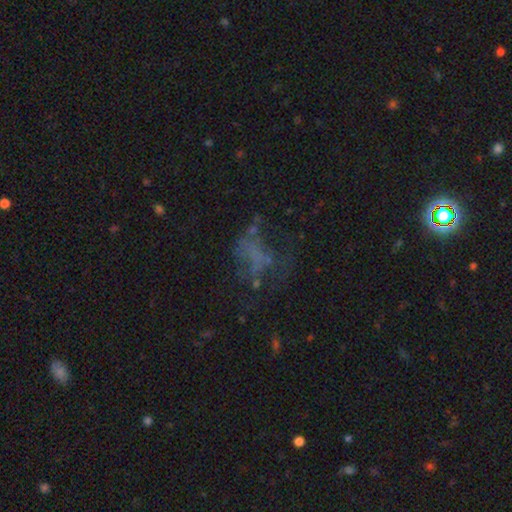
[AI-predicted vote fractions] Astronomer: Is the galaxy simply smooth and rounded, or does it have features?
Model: featured or disk — 43% (runner-up: star or artifact, 29%).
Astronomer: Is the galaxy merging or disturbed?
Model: none — 40% (runner-up: major disturbance, 37%).